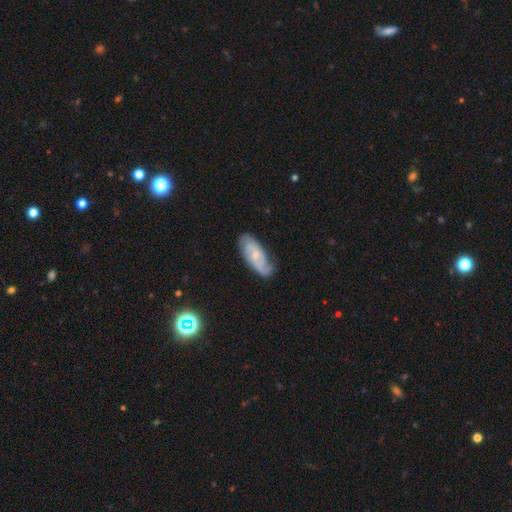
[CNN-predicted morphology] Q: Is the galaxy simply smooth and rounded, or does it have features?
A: featured or disk — 64%.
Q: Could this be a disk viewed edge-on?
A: no — 89%.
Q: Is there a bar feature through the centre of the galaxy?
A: no — 59%.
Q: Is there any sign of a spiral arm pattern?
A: yes — 89%.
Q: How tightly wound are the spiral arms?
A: medium — 41%.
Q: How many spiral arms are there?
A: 2 — 56%.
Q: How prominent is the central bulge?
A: small — 63%.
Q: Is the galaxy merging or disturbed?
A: none — 73%.